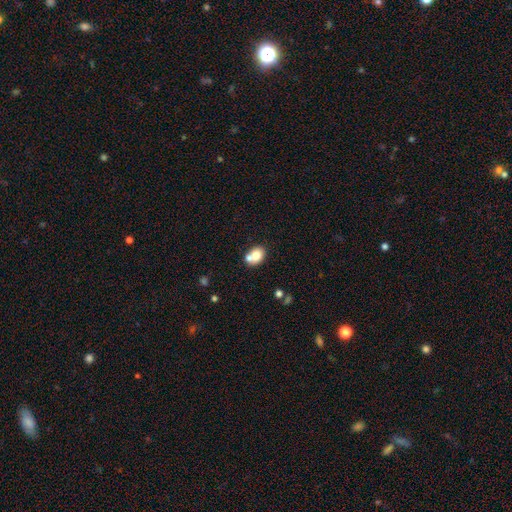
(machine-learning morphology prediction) smooth-or-featured: smooth: 77% | featured or disk: 14% | star or artifact: 9%
  how-rounded: in between: 58% | round: 41% | cigar-shaped: 1%
  merging: none: 44% | merger: 40% | minor disturbance: 12% | major disturbance: 4%